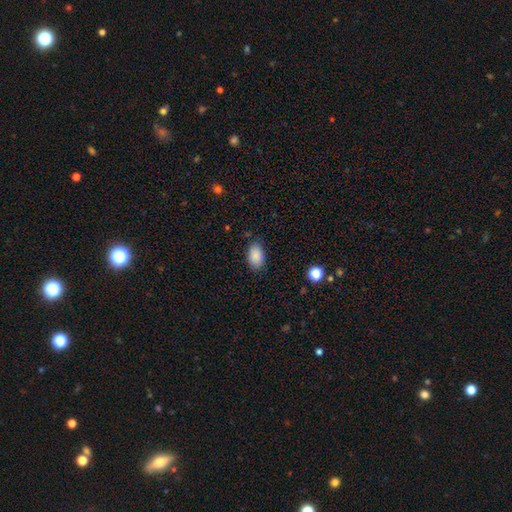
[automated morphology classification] A smooth galaxy with no disk features (88%) that is in between round and cigar-shaped (91%).

Vote fractions:
- Smooth or featured? smooth: 88% / star or artifact: 7% / featured or disk: 5%
- How rounded? in between: 91% / round: 8% / cigar-shaped: 1%
- Merging? none: 80% / minor disturbance: 15% / major disturbance: 3% / merger: 1%